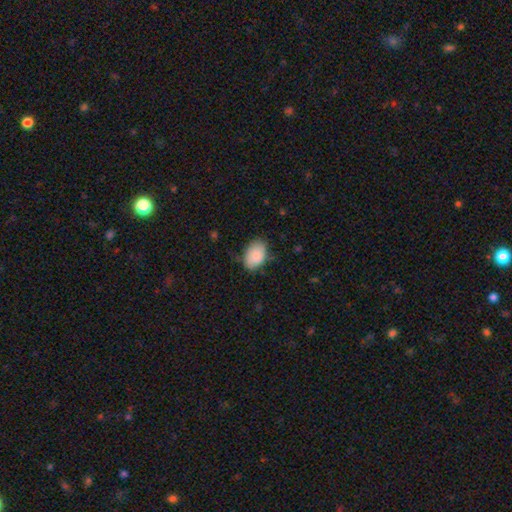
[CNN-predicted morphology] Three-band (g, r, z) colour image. It shows a smooth galaxy with no disk features (87%) that is in between round and cigar-shaped (87%). Merging: none (74%).